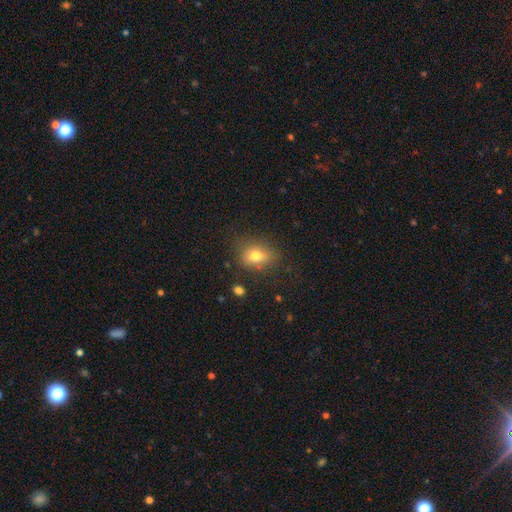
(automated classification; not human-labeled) A smooth galaxy with no disk features (75%) that is in between round and cigar-shaped (62%). Merging: none (74%).